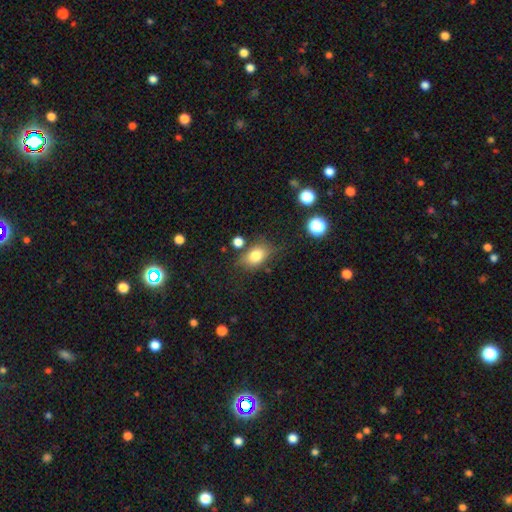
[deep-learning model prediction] This is likely a smooth galaxy (78%). How rounded: likely in between (74%). Merging: likely none (67%).